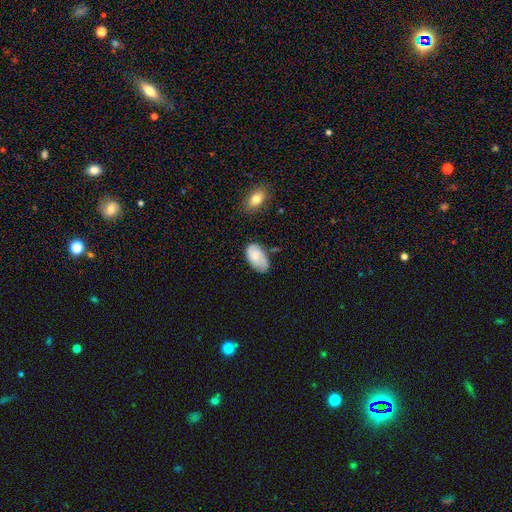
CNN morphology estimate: Overall: smooth (69%). How rounded: in between (94%). Merging: none (57%; minor disturbance 32%).